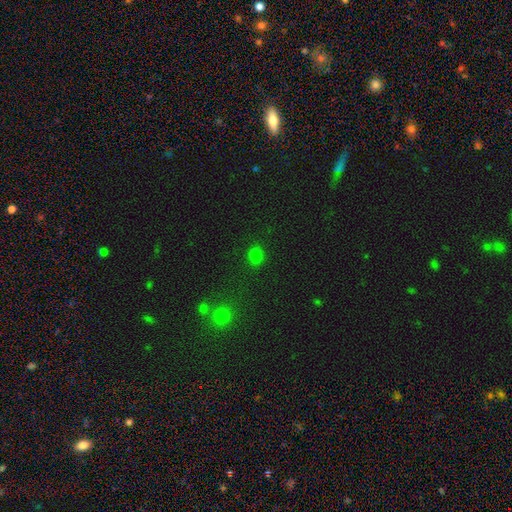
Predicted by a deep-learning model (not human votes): Smooth or featured?
  - smooth: 78% *
  - star or artifact: 18%
  - featured or disk: 4%
How rounded?
  - round: 65% *
  - in between: 34%
  - cigar-shaped: 1%
Merging?
  - none: 87% *
  - minor disturbance: 9%
  - major disturbance: 3%
  - merger: 2%